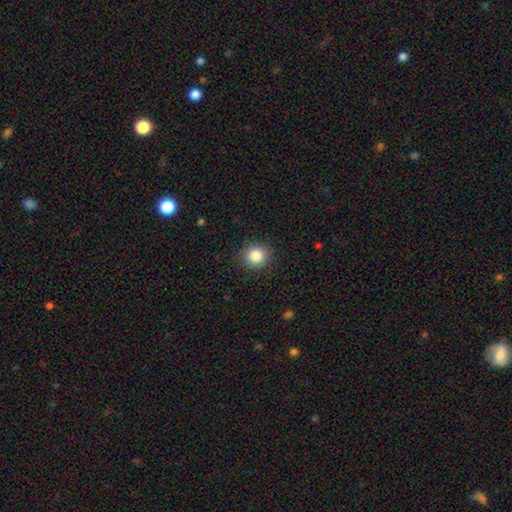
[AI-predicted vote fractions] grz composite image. It shows a smooth galaxy with no disk features (85%) that is round (86%). Merging: none (89%).